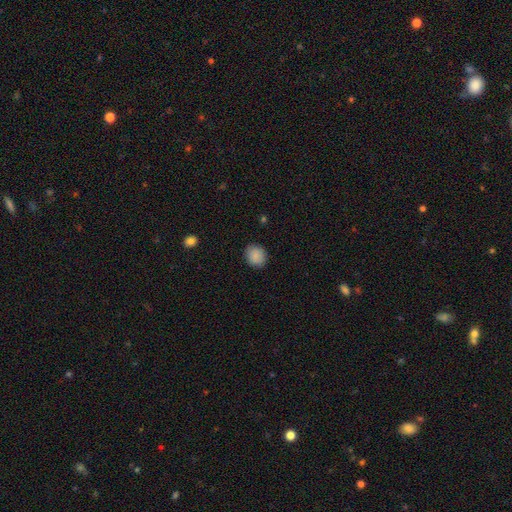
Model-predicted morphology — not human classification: type=smooth (88%); roundness=round (75%); merging=none (88%).